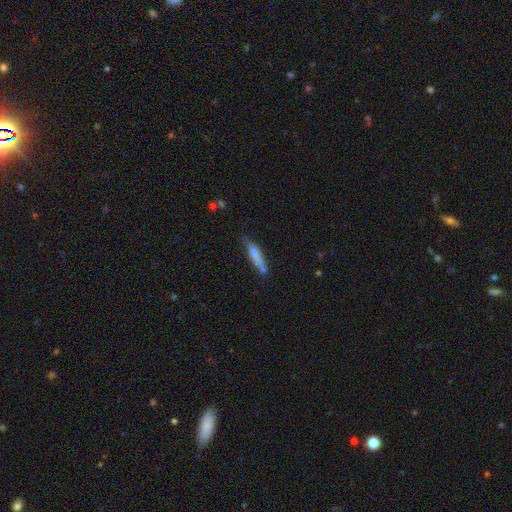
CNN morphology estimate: Smooth or featured? Predicted: smooth (p=0.69). How rounded? Predicted: cigar-shaped (p=0.81). Merging? Predicted: none (p=0.58).